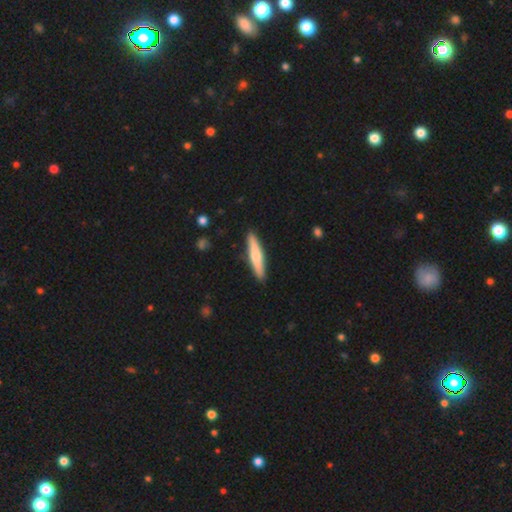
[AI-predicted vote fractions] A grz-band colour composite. It shows a smooth galaxy with no disk features (61%) that is cigar-shaped (89%). Merging: none (90%).